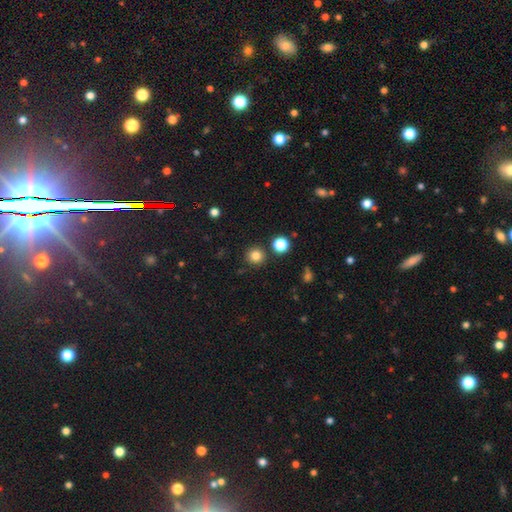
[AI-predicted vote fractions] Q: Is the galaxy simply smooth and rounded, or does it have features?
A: smooth — 82%.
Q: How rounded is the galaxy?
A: round — 94%.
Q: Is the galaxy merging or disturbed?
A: none — 88%.